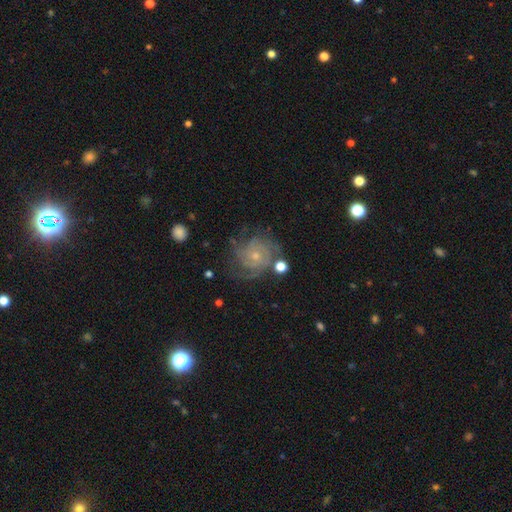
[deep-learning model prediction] featured or disk 83%, smooth 9%, star or artifact 7%. Down the decision tree: edge-on disk — no (98%); bar — no (75%); spiral arms — yes (96%); spiral arm count — 3 (25%, tied with can't tell); spiral winding — tight (64%); bulge size — small (71%); merging — none (67%).